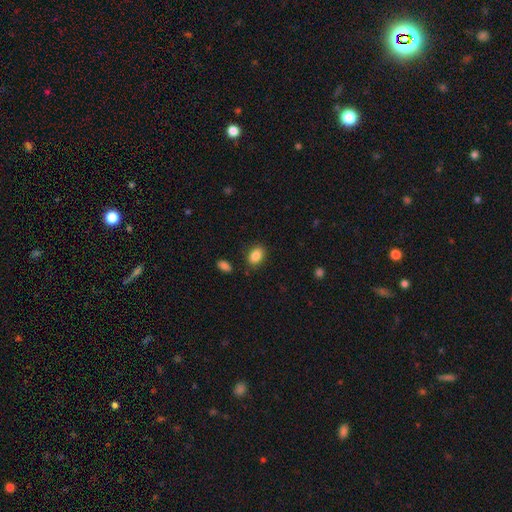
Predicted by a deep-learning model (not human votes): smooth 87%, star or artifact 8%, featured or disk 5%. Down the decision tree: how rounded — in between (83%); merging — none (83%).